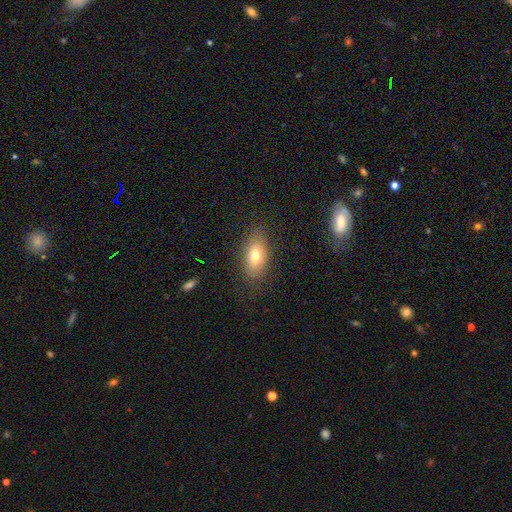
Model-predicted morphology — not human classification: Smooth or featured? Predicted: smooth (p=0.73). How rounded? Predicted: in between (p=0.86). Merging? Predicted: none (p=0.82).